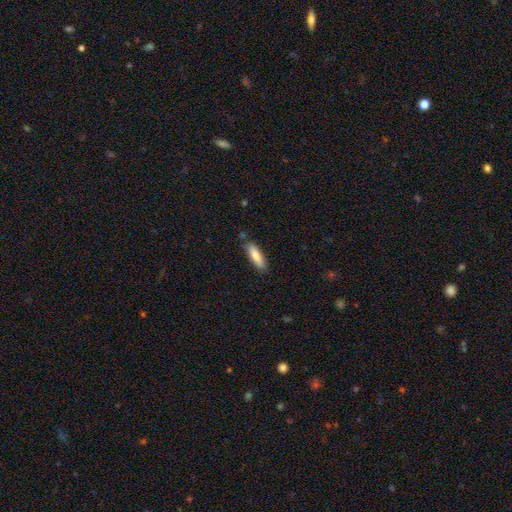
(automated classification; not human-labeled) Smooth or featured? Predicted: smooth (p=0.80). How rounded? Predicted: cigar-shaped (p=0.60). Merging? Predicted: none (p=0.82).